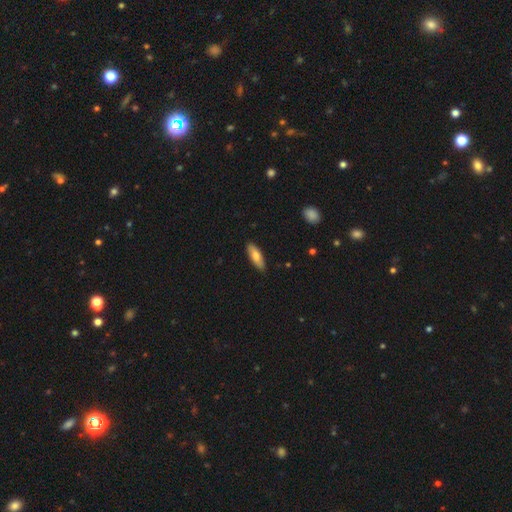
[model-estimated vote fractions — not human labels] smooth 74%, featured or disk 21%, star or artifact 6%. Down the decision tree: how rounded — in between (60%); merging — none (87%).